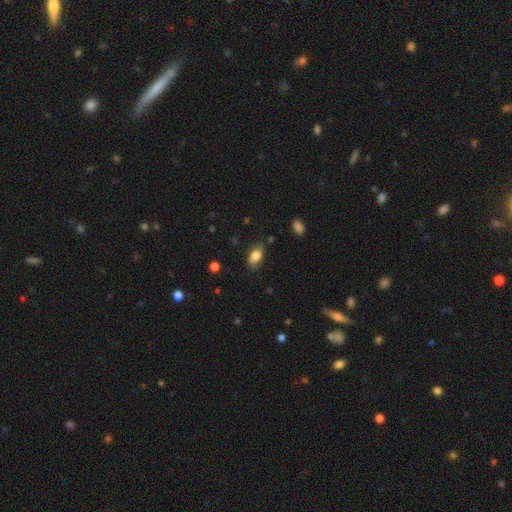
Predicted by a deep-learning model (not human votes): smooth-or-featured: smooth: 84% | featured or disk: 8% | star or artifact: 8%
  how-rounded: in between: 90% | round: 8% | cigar-shaped: 3%
  merging: none: 81% | minor disturbance: 14% | major disturbance: 3% | merger: 1%